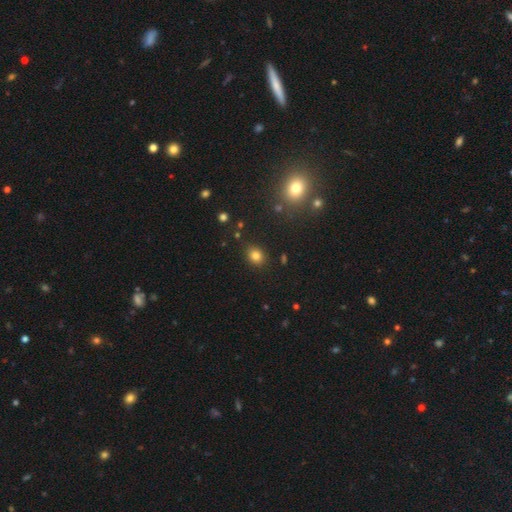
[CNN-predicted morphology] Overall: smooth (80%). How rounded: round (58%; in between 41%). Merging: none (84%).